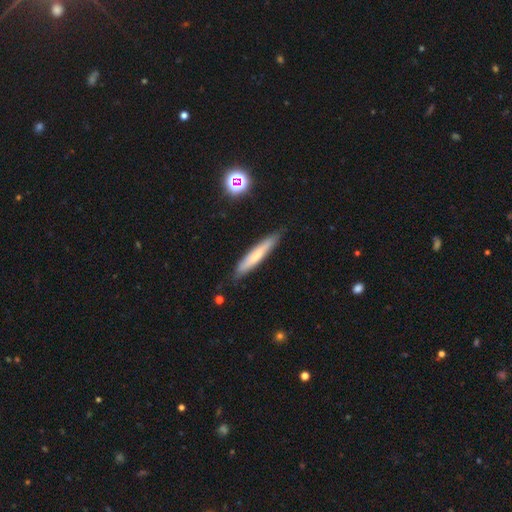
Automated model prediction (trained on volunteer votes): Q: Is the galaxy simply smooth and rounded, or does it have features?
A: smooth — 62%.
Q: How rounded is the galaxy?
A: cigar-shaped — 91%.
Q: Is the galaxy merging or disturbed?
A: none — 82%.